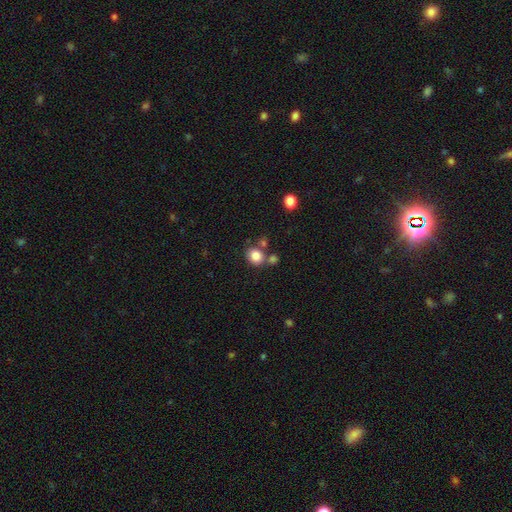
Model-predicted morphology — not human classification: Smooth or featured?
  - smooth: 83% *
  - star or artifact: 10%
  - featured or disk: 7%
How rounded?
  - round: 72% *
  - in between: 27%
  - cigar-shaped: 1%
Merging?
  - none: 65% *
  - merger: 19%
  - minor disturbance: 11%
  - major disturbance: 4%